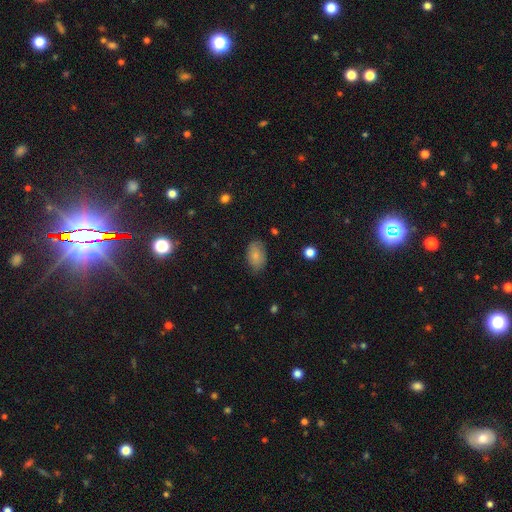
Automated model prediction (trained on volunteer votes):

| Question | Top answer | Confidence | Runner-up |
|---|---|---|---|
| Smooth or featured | smooth | 79% | featured or disk (13%) |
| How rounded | in between | 89% | round (9%) |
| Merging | none | 73% | minor disturbance (21%) |